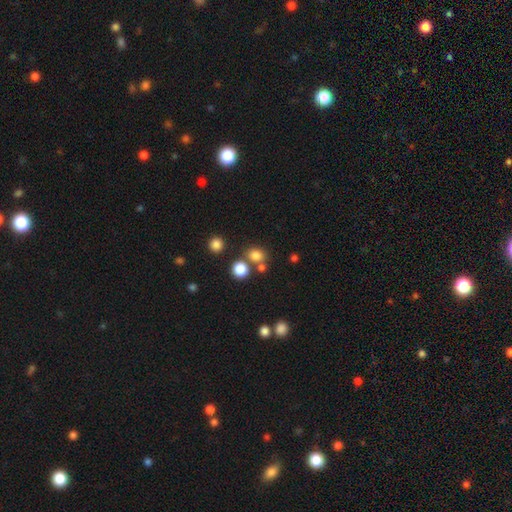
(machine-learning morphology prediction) A smooth galaxy with no disk features (78%) that is round (73%). Merging: none (67%).